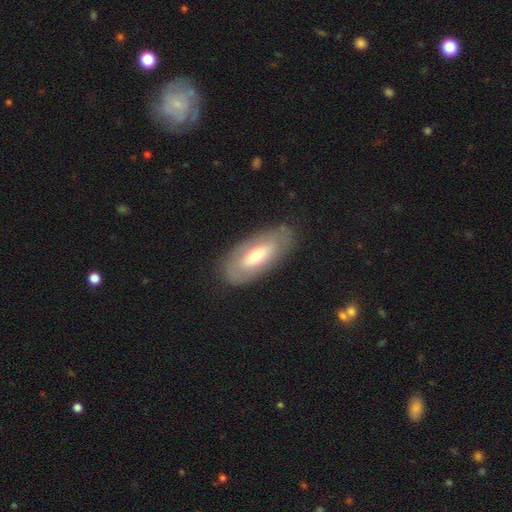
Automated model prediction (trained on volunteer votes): The model was most divided on "smooth or featured": smooth: 50%, featured or disk: 44%, star or artifact: 6%. More confident: how rounded — in between (85%); merging — none (80%).